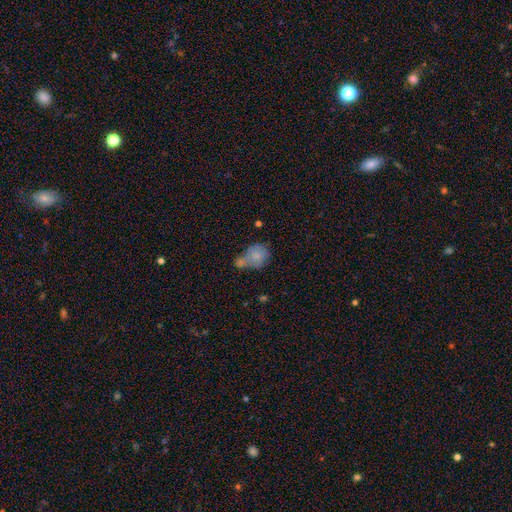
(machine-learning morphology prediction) A smooth galaxy with no disk features (72%) that is round (51%).

Vote fractions:
- Smooth or featured? smooth: 72% / featured or disk: 19% / star or artifact: 9%
- How rounded? round: 51% / in between: 47% / cigar-shaped: 1%
- Merging? merger: 47% / none: 25% / minor disturbance: 17% / major disturbance: 11%